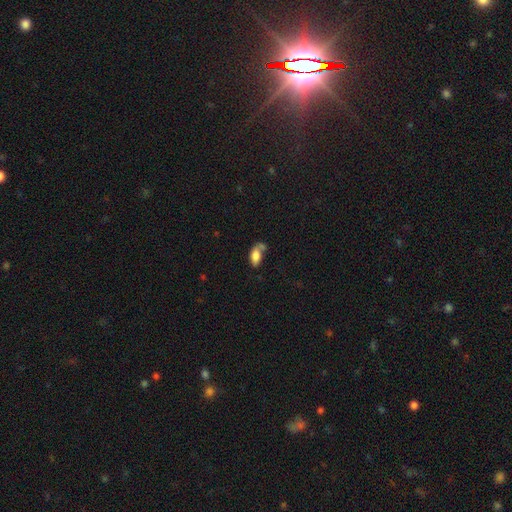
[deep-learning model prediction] Morphology: type=smooth (75%); roundness=in between (91%); merging=none (35%).